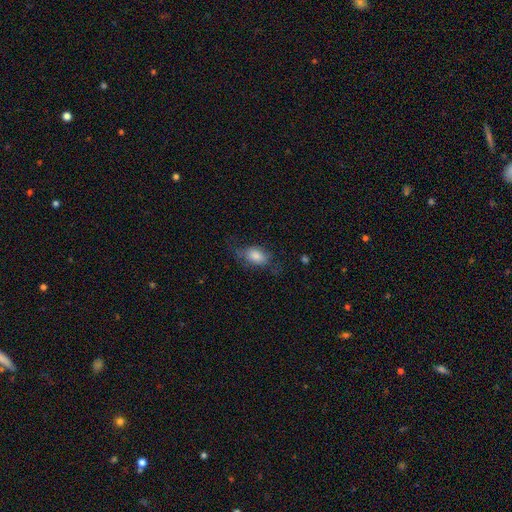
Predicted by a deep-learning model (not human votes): A smooth galaxy with no disk features (73%) that is in between round and cigar-shaped (86%).

Vote fractions:
- Smooth or featured? smooth: 73% / featured or disk: 18% / star or artifact: 9%
- How rounded? in between: 86% / round: 10% / cigar-shaped: 4%
- Merging? none: 57% / minor disturbance: 25% / major disturbance: 17% / merger: 2%